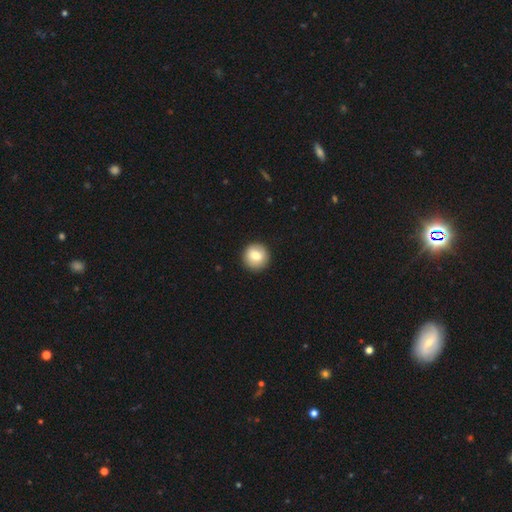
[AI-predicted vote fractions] smooth-or-featured: smooth: 76% | featured or disk: 16% | star or artifact: 8%
  how-rounded: round: 93% | in between: 6% | cigar-shaped: 1%
  merging: none: 91% | minor disturbance: 6% | major disturbance: 2% | merger: 1%